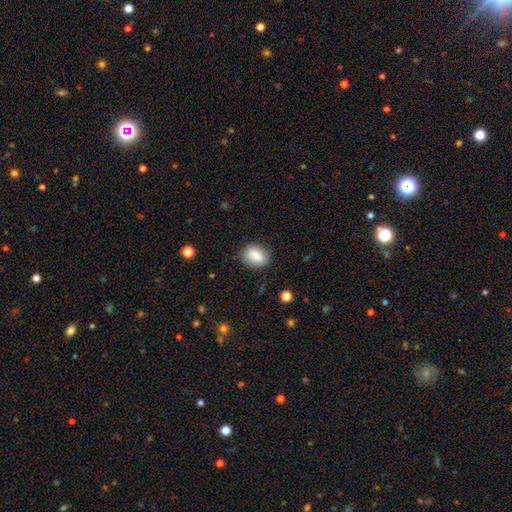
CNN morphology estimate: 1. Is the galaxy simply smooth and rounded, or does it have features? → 85% smooth, 8% featured or disk, 7% star or artifact.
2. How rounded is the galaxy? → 69% in between, 29% round, 2% cigar-shaped.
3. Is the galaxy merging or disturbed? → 83% none, 13% minor disturbance, 3% major disturbance, 1% merger.